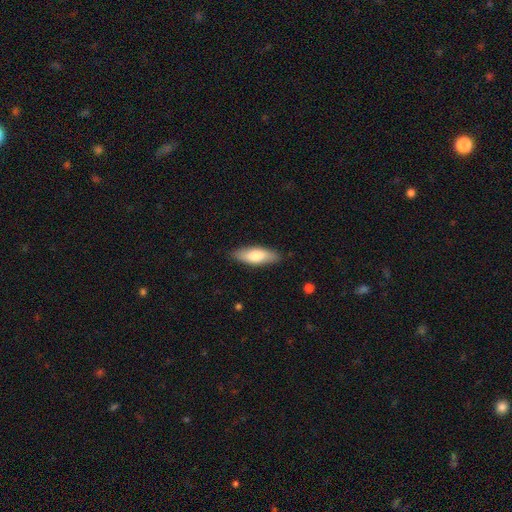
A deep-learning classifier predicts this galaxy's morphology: smooth-or-featured: smooth: 73% | featured or disk: 22% | star or artifact: 6%
  how-rounded: in between: 64% | cigar-shaped: 34% | round: 2%
  merging: none: 86% | minor disturbance: 11% | major disturbance: 2% | merger: 1%